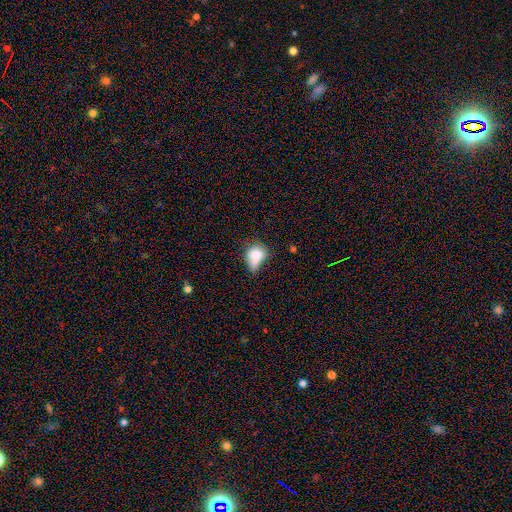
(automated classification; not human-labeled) smooth_or_featured: smooth (p=0.72) [alt: featured or disk p=0.17]
how_rounded: in between (p=0.68) [alt: round p=0.29]
merging: minor disturbance (p=0.31) [alt: major disturbance p=0.26]